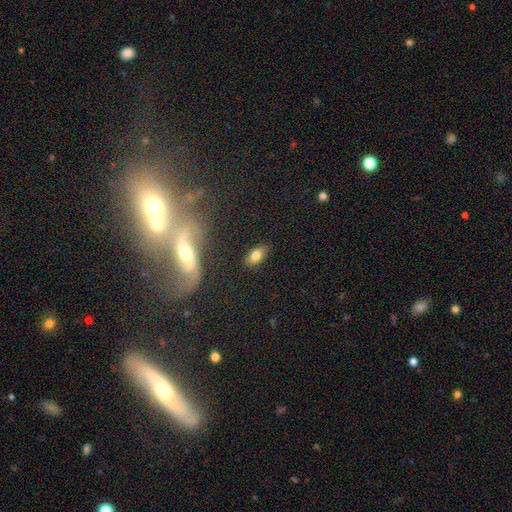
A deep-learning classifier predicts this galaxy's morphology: Smooth or featured: smooth — 78% (featured or disk — 13%)
How rounded: in between — 89% (round — 7%)
Merging: none — 84% (minor disturbance — 11%)